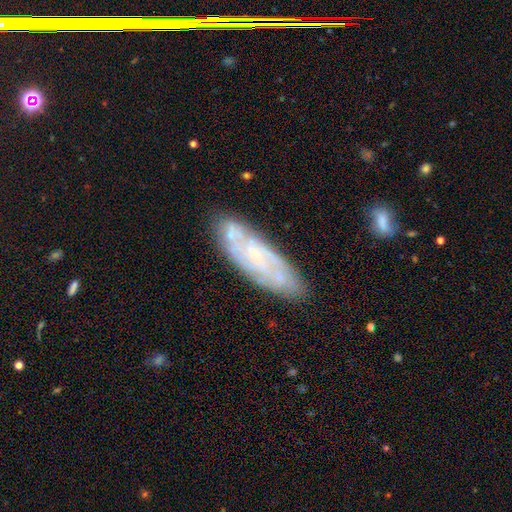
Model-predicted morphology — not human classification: Overall: featured or disk (69%). Edge-on disk: no (84%). Bar: no (62%; weak 30%). Spiral arms: yes (83%). Bulge size: small (64%). Merging: none (75%).